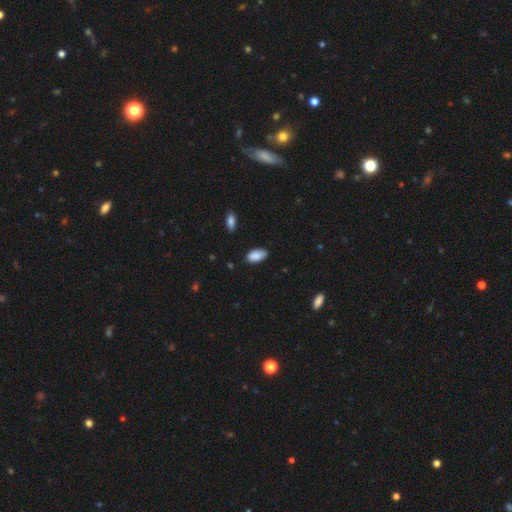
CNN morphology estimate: The model was most divided on "merging": none: 82%, minor disturbance: 14%, major disturbance: 2%, merger: 1%. More confident: how rounded — in between (94%); smooth or featured — smooth (88%).